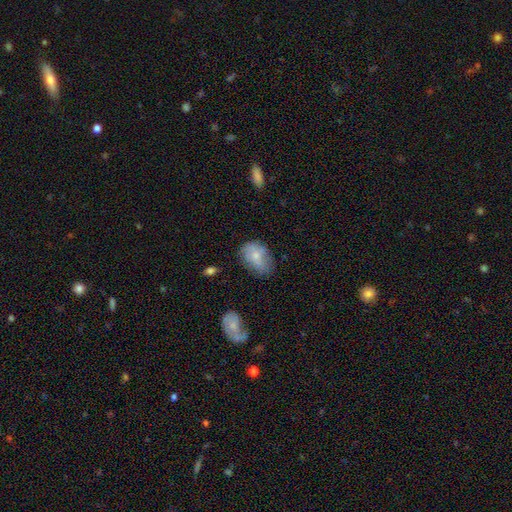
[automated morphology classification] This is likely a smooth galaxy (69%). How rounded: clearly in between (83%). Merging: likely none (61%).